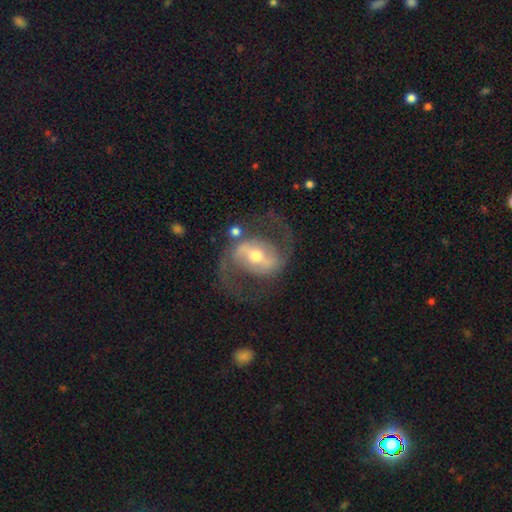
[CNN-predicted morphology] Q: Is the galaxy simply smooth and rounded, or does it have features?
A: featured or disk — 87%.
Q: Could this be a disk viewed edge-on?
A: no — 97%.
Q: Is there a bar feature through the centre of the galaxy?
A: strong — 41%.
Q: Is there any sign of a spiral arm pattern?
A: yes — 93%.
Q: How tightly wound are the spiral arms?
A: medium — 57%.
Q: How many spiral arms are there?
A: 2 — 92%.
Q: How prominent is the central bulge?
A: moderate — 67%.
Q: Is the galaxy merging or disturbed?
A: none — 73%.